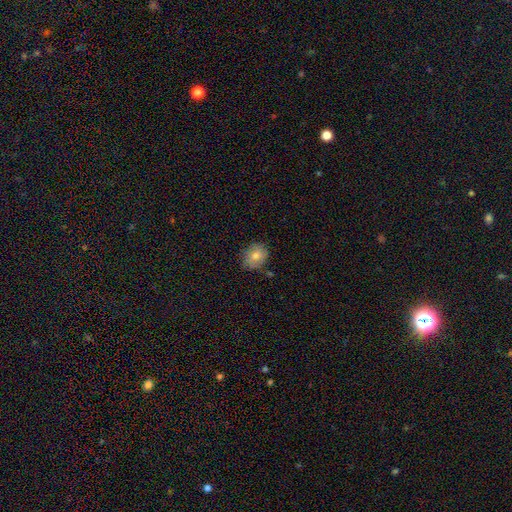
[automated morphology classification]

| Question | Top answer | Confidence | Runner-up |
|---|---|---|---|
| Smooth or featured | smooth | 74% | featured or disk (16%) |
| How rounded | round | 60% | in between (39%) |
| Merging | none | 74% | minor disturbance (20%) |